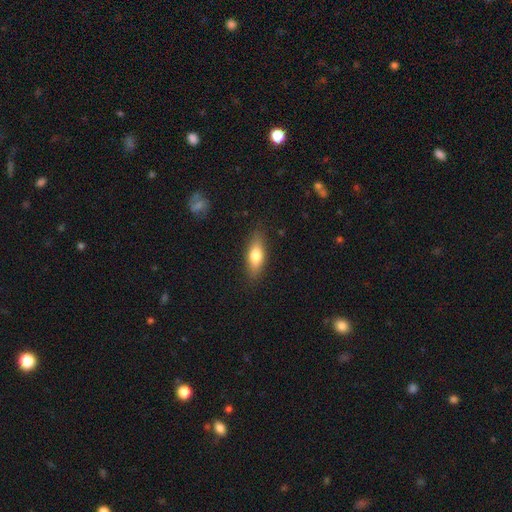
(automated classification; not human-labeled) Overall: smooth (72%). How rounded: in between (65%; cigar-shaped 32%). Merging: none (84%).